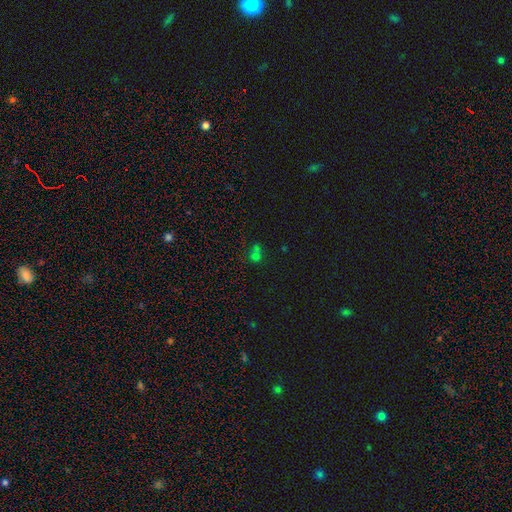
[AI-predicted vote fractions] Smooth or featured?
  - smooth: 54% *
  - star or artifact: 34%
  - featured or disk: 12%
How rounded?
  - round: 67% *
  - in between: 31%
  - cigar-shaped: 2%
Merging?
  - merger: 44% *
  - none: 37%
  - minor disturbance: 11%
  - major disturbance: 9%